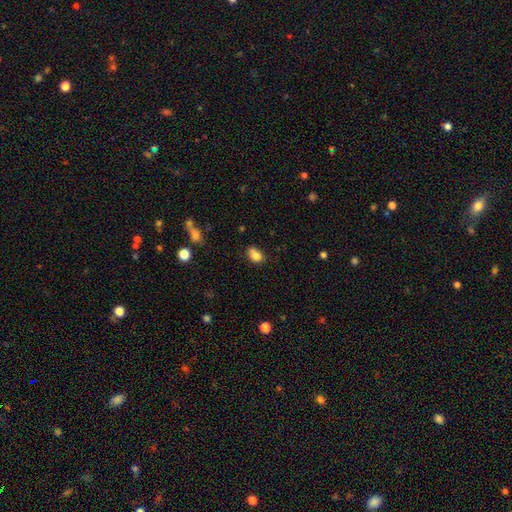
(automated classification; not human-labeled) Smooth or featured? smooth (80%)
How rounded? in between (72%)
Merging? none (55%)